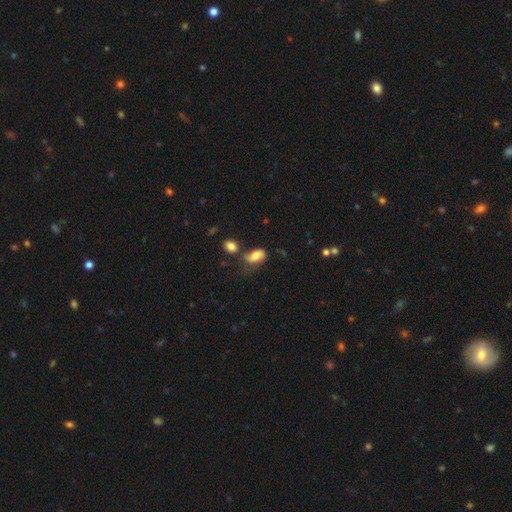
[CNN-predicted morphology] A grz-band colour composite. It shows a smooth galaxy with no disk features (70%) that is in between round and cigar-shaped (90%). Merging: none (40%).